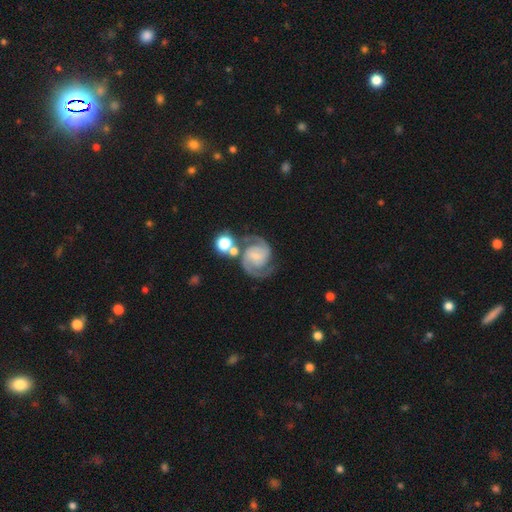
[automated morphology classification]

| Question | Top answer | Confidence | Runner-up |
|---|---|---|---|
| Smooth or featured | featured or disk | 88% | star or artifact (6%) |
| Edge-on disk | no | 98% | yes (2%) |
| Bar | weak | 44% | no (37%) |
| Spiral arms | yes | 98% | no (2%) |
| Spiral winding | medium | 53% | tight (37%) |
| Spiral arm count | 2 | 92% | 3 (2%) |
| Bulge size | small | 55% | none (21%) |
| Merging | none | 67% | merger (14%) |